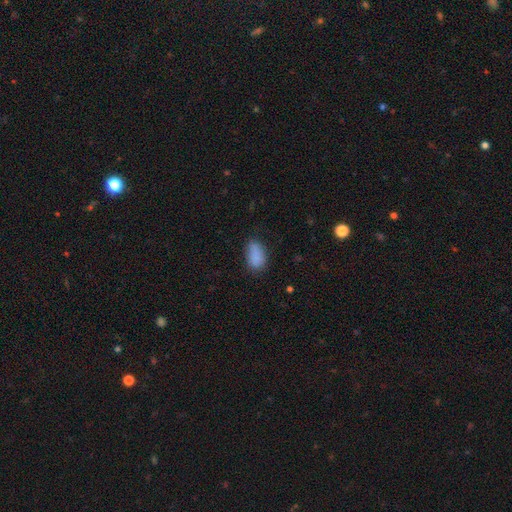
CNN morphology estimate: smooth_or_featured: smooth (p=0.86) [alt: star or artifact p=0.09]
how_rounded: in between (p=0.92) [alt: round p=0.05]
merging: none (p=0.71) [alt: minor disturbance p=0.22]